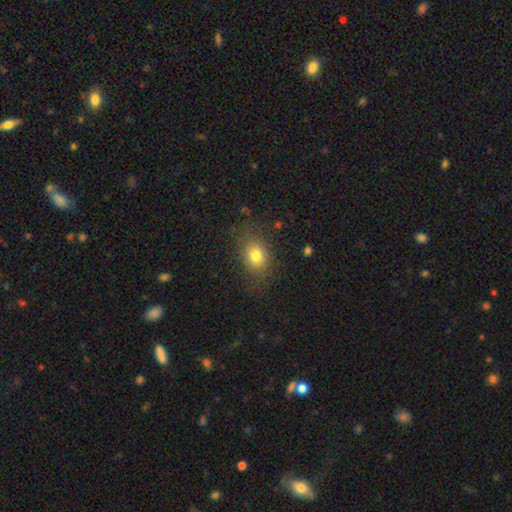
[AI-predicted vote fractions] smooth 78%, star or artifact 11%, featured or disk 11%. Down the decision tree: how rounded — in between (57%); merging — none (78%).